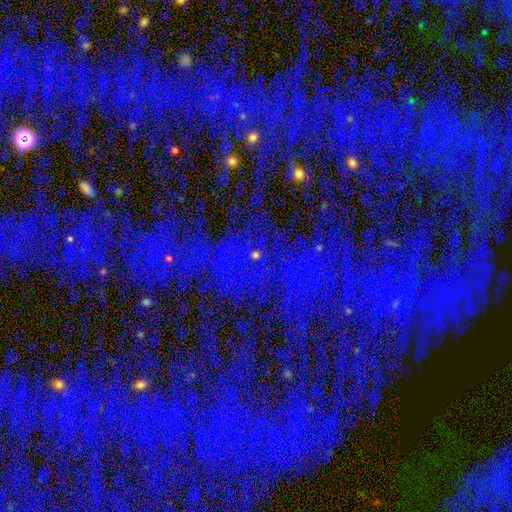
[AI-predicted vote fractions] A star or artifact, not a galaxy (74%).